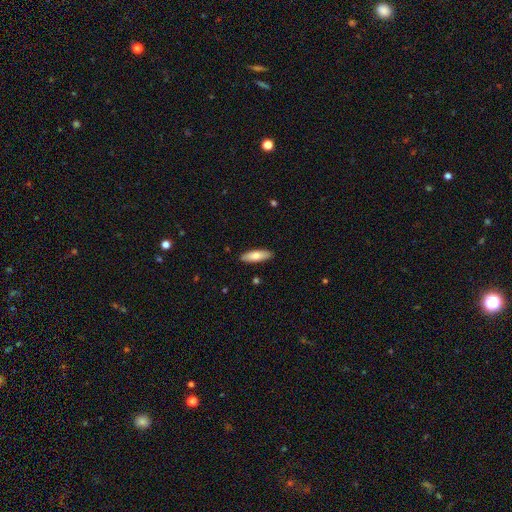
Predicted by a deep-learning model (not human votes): Smooth or featured?
  - smooth: 78% *
  - featured or disk: 16%
  - star or artifact: 6%
How rounded?
  - in between: 51% *
  - cigar-shaped: 47%
  - round: 2%
Merging?
  - none: 89% *
  - minor disturbance: 8%
  - major disturbance: 2%
  - merger: 1%